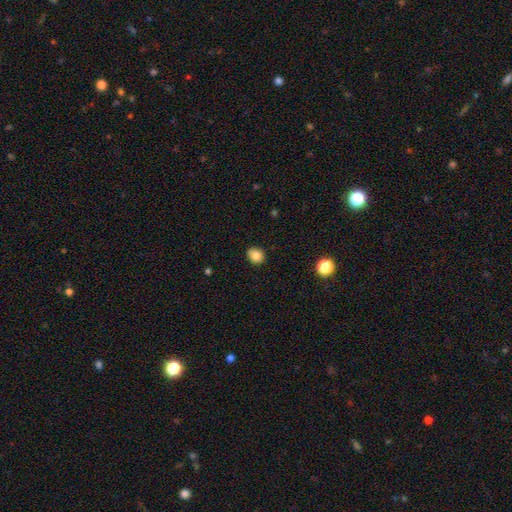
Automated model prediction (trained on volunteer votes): This appears to be a smooth galaxy with no disk features (81%) that is round (73%). Merging: none (85%).